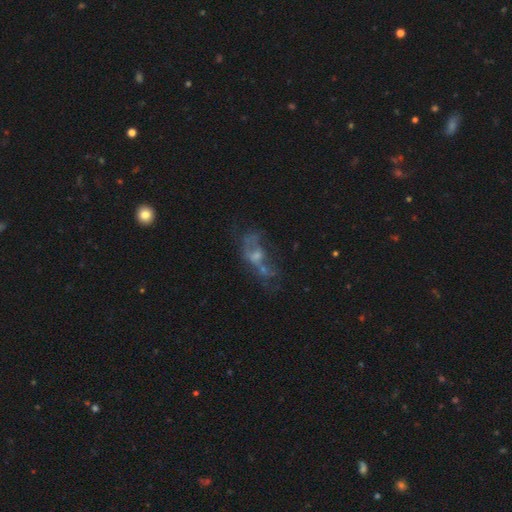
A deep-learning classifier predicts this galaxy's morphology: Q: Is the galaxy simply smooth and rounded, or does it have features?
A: featured or disk — 49%.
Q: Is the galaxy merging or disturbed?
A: none — 35%.